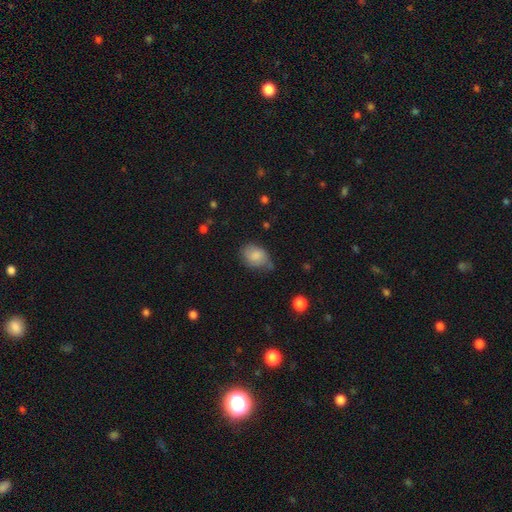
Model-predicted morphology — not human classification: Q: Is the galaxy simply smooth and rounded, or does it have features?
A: smooth — 81%.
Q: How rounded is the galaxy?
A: in between — 74%.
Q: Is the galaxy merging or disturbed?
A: none — 53%.